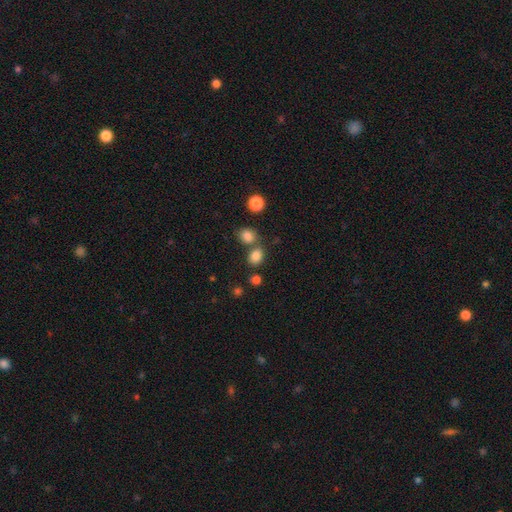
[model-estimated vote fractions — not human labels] smooth 82%, star or artifact 13%, featured or disk 5%. Down the decision tree: how rounded — in between (53%); merging — none (61%).